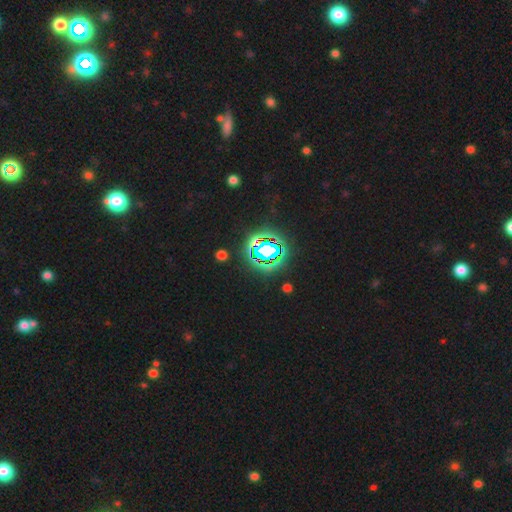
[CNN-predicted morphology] type=star or artifact (81%).